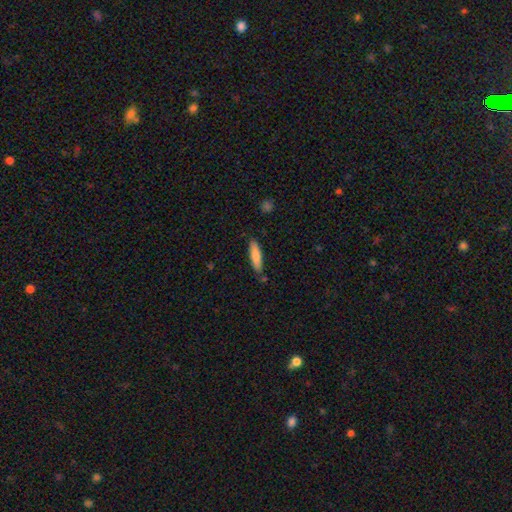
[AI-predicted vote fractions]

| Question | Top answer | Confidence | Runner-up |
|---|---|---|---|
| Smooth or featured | smooth | 81% | featured or disk (14%) |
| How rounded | cigar-shaped | 78% | in between (21%) |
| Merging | none | 83% | minor disturbance (12%) |